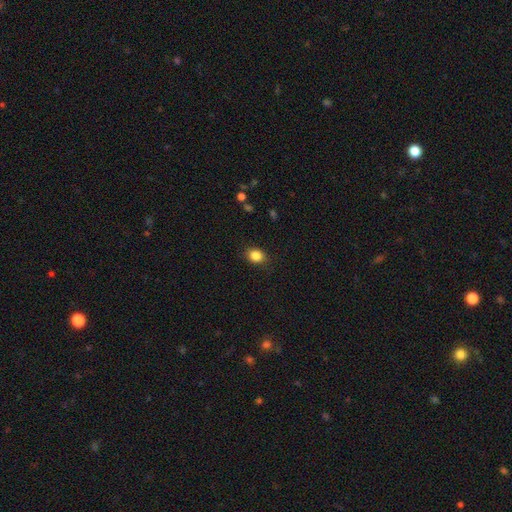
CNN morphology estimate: The model was most divided on "how rounded": in between: 50%, round: 49%, cigar-shaped: 1%. More confident: merging — none (85%); smooth or featured — smooth (85%).